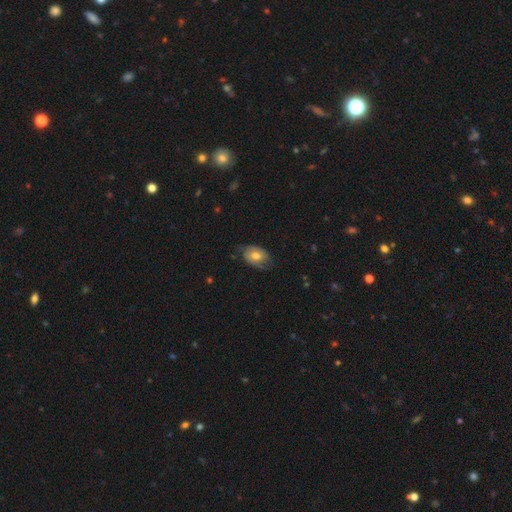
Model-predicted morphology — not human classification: smooth-or-featured: smooth: 55% | featured or disk: 38% | star or artifact: 7%
  how-rounded: in between: 81% | round: 18% | cigar-shaped: 1%
  merging: none: 62% | minor disturbance: 27% | major disturbance: 10% | merger: 1%